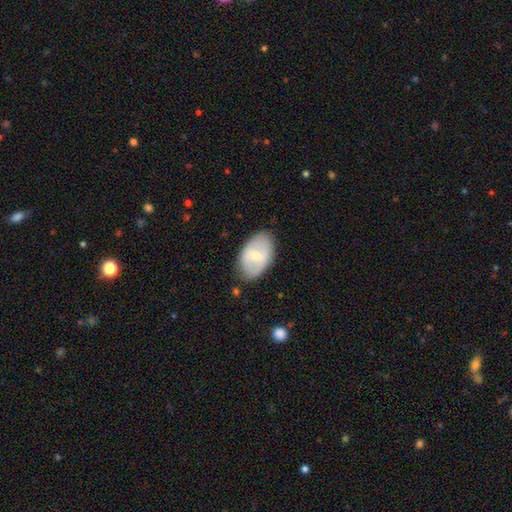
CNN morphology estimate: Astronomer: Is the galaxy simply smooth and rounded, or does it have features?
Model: smooth — 51% (runner-up: featured or disk, 43%).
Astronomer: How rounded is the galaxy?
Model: in between — 91%.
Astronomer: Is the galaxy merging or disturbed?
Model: none — 80%.